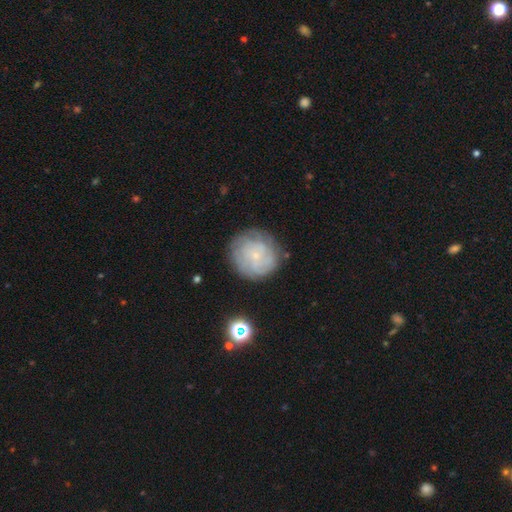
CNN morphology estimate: The model was most divided on "smooth or featured": featured or disk: 54%, smooth: 36%, star or artifact: 10%. More confident: edge-on disk — no (97%); bulge size — small (84%); bar — no (83%); merging — none (76%); spiral arms — yes (75%).